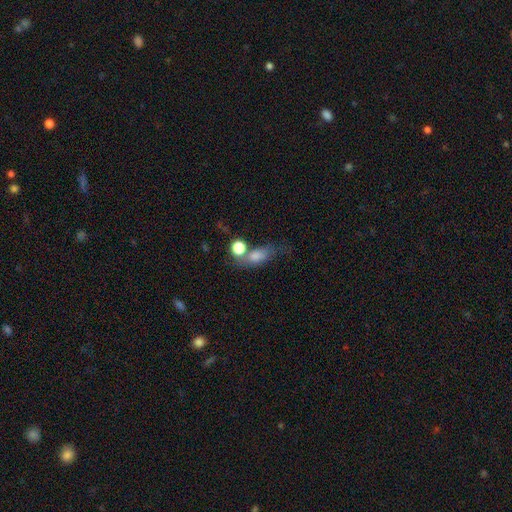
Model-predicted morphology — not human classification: A smooth galaxy with no disk features (69%) that is in between round and cigar-shaped (60%).

Vote fractions:
- Smooth or featured? smooth: 69% / featured or disk: 16% / star or artifact: 15%
- How rounded? in between: 60% / round: 27% / cigar-shaped: 13%
- Merging? none: 39% / merger: 25% / minor disturbance: 19% / major disturbance: 17%